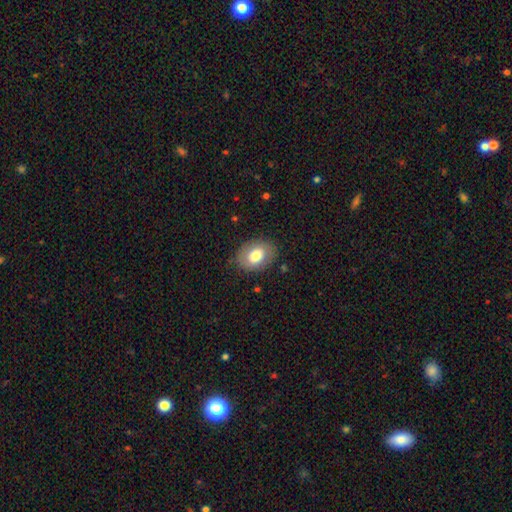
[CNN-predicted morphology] A smooth galaxy with no disk features (72%) that is in between round and cigar-shaped (76%). Merging: none (82%).